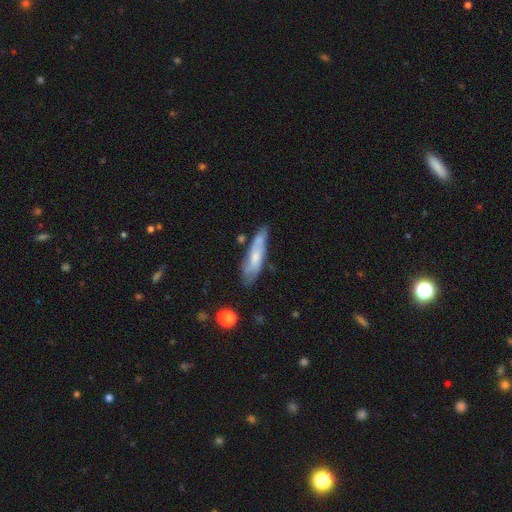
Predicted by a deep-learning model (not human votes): The model was most divided on "smooth or featured": smooth: 50%, featured or disk: 43%, star or artifact: 7%. More confident: merging — none (62%).